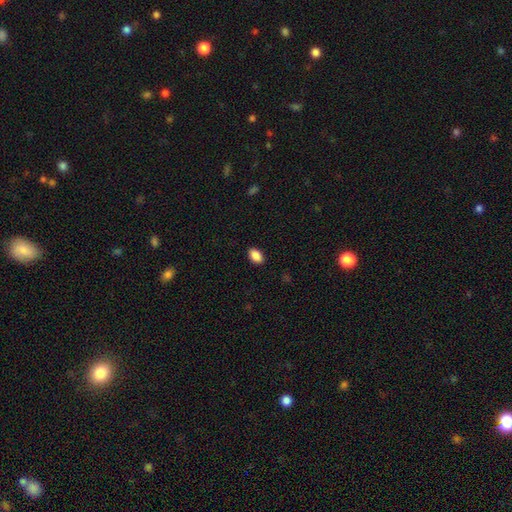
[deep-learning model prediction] A smooth galaxy with no disk features (88%) that is in between round and cigar-shaped (89%). Merging: none (89%).